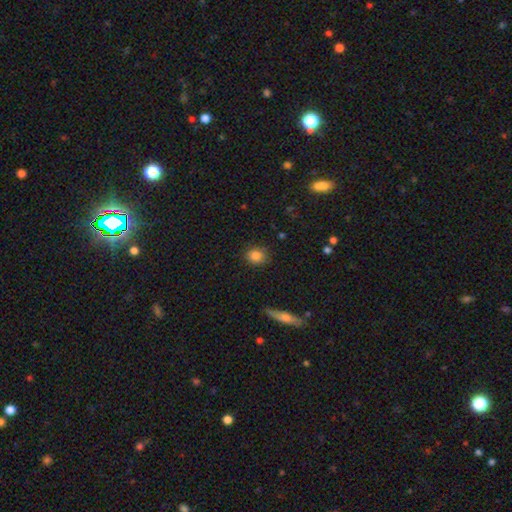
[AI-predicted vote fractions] Smooth or featured? Predicted: smooth (p=0.85). How rounded? Predicted: round (p=0.74). Merging? Predicted: none (p=0.85).